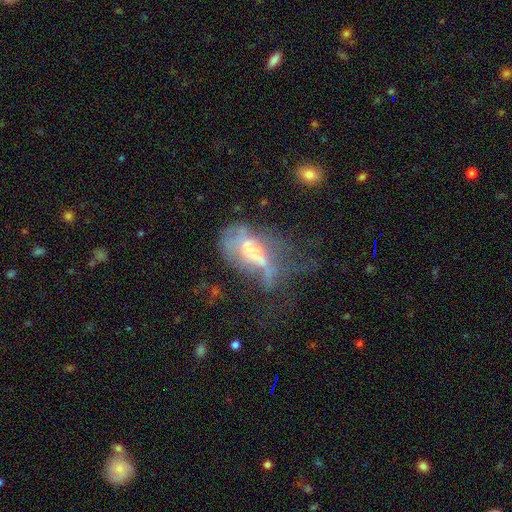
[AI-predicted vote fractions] A featured or disk galaxy (54%). Merging: major disturbance (50%).